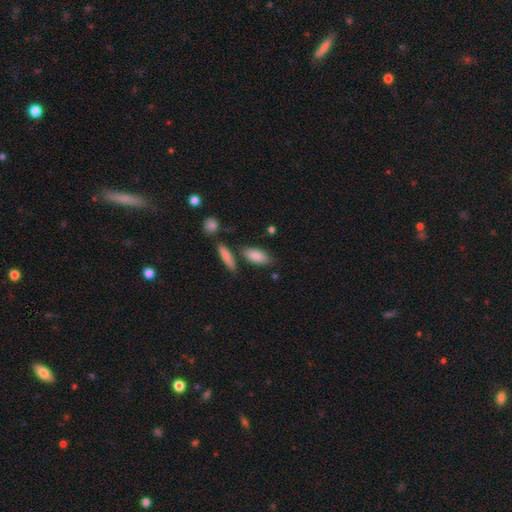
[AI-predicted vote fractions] This appears to be a smooth galaxy with no disk features (84%) that is in between round and cigar-shaped (80%). Merging: none (72%).